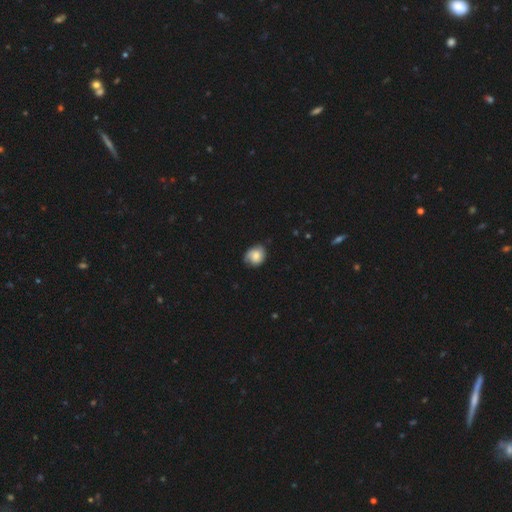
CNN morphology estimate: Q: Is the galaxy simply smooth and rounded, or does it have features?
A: smooth — 64%.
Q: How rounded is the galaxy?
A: round — 64%.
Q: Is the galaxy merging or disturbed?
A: none — 64%.